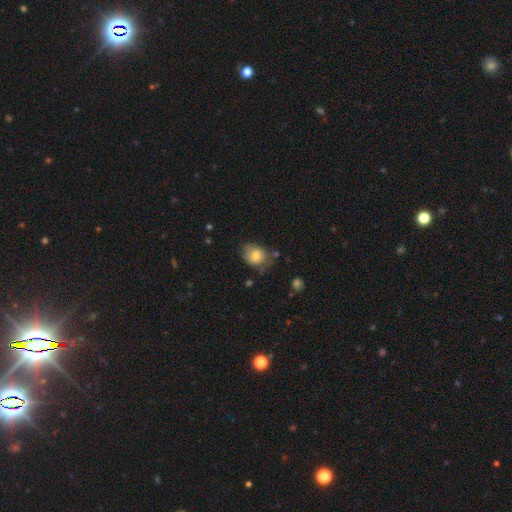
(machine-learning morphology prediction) The model was most divided on "how rounded": round: 54%, in between: 45%, cigar-shaped: 1%. More confident: smooth or featured — smooth (75%); merging — none (53%).